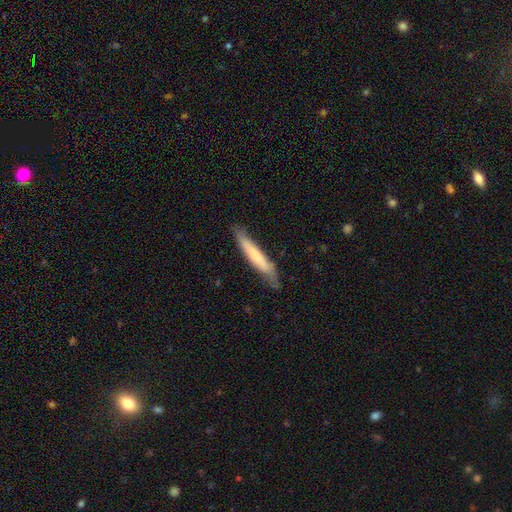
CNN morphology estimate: Smooth or featured? Predicted: smooth (p=0.65). How rounded? Predicted: cigar-shaped (p=0.93). Merging? Predicted: none (p=0.75).